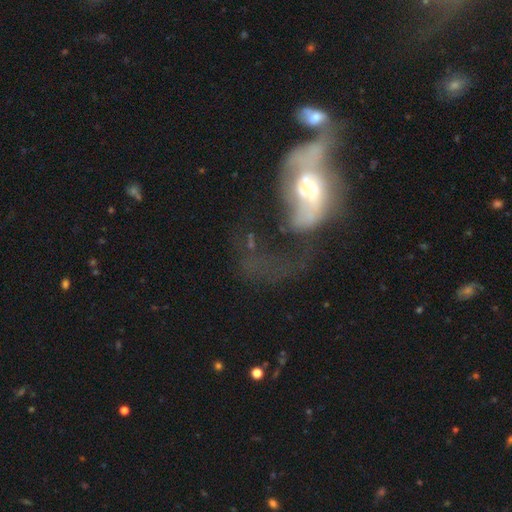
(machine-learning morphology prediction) The model was most divided on "merging": major disturbance: 44%, merger: 33%, none: 14%, minor disturbance: 10%. More confident: edge-on disk — no (94%); smooth or featured — featured or disk (68%); bulge size — moderate (63%); spiral arms — yes (62%); bar — no (60%).